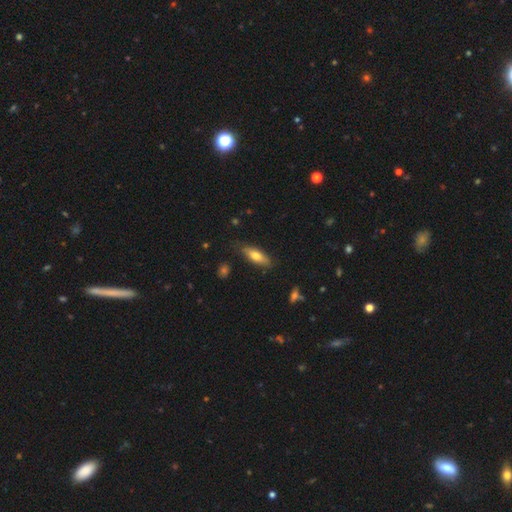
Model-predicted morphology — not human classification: type=smooth (70%); roundness=in between (57%); merging=none (80%).